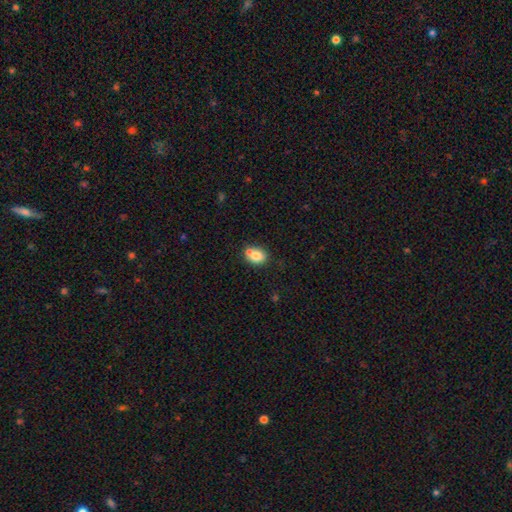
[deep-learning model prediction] The model was most divided on "how rounded": in between: 56%, round: 43%, cigar-shaped: 1%. Remaining: smooth or featured — smooth (77%); merging — none (50%).